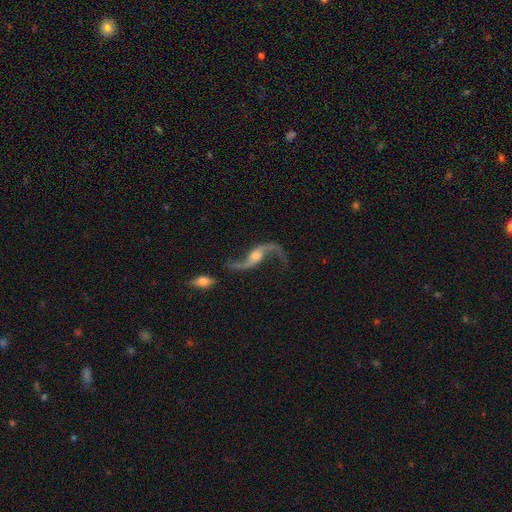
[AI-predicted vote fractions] Smooth or featured?
  - featured or disk: 91% *
  - star or artifact: 5%
  - smooth: 4%
Edge-on disk?
  - no: 93% *
  - yes: 7%
Bar?
  - no: 53% *
  - weak: 31%
  - strong: 15%
Spiral arms?
  - yes: 97% *
  - no: 3%
Spiral winding?
  - loose: 93% *
  - medium: 5%
  - tight: 2%
Spiral arm count?
  - 2: 94% *
  - 1: 2%
  - can't tell: 1%
  - 3: 1%
  - 4: 1%
  - more than 4: 1%
Bulge size?
  - moderate: 53% *
  - small: 30%
  - large: 9%
  - none: 6%
  - dominant: 2%
Merging?
  - none: 70% *
  - minor disturbance: 15%
  - major disturbance: 10%
  - merger: 5%